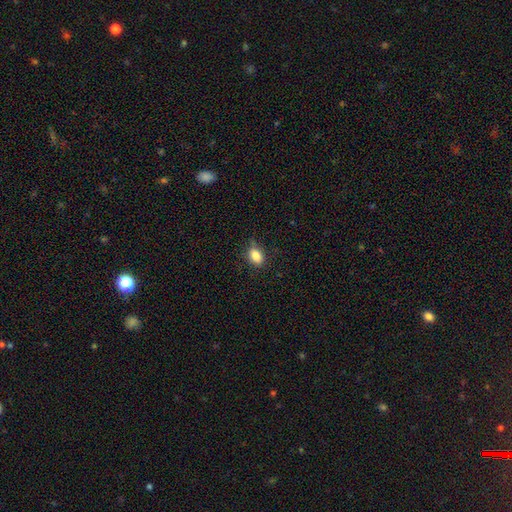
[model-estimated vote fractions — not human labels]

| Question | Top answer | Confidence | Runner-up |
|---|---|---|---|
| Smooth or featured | smooth | 84% | star or artifact (9%) |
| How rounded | in between | 81% | round (16%) |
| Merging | none | 75% | minor disturbance (20%) |